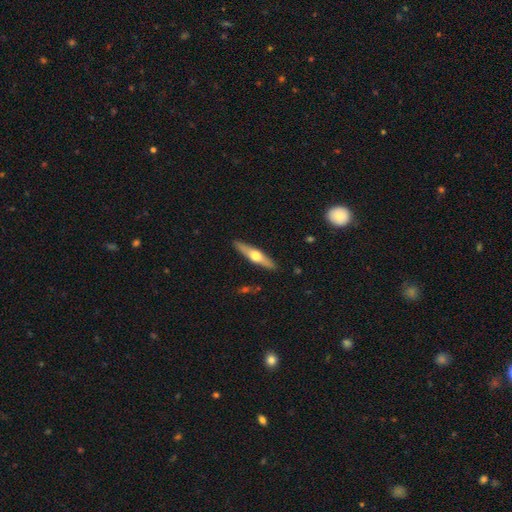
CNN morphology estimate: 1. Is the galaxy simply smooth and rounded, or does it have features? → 62% featured or disk, 33% smooth, 5% star or artifact.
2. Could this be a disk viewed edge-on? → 95% yes, 5% no.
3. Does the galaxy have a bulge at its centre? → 95% rounded, 3% none, 3% boxy.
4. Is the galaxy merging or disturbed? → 90% none, 7% minor disturbance, 2% major disturbance, 1% merger.